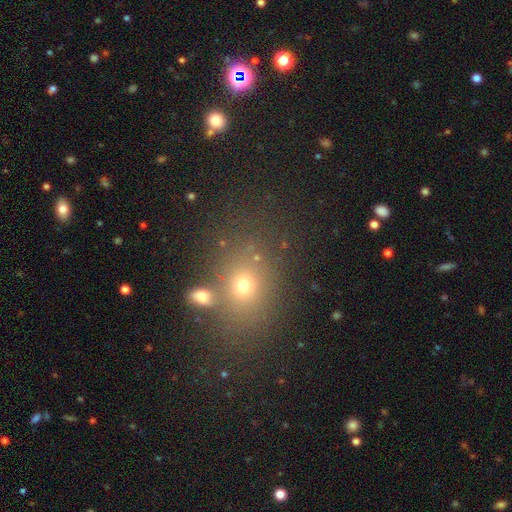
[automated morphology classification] The model was most divided on "how rounded": round: 52%, in between: 47%, cigar-shaped: 2%. More confident: merging — none (76%); smooth or featured — smooth (57%).